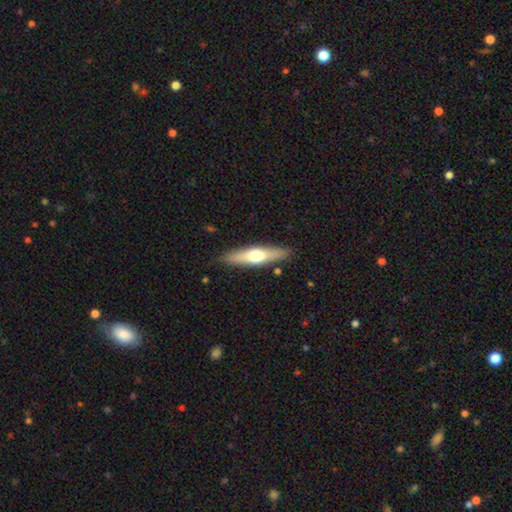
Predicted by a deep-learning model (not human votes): Smooth or featured: featured or disk — 47% (tied with smooth — 47%)
Merging: none — 88% (minor disturbance — 9%)